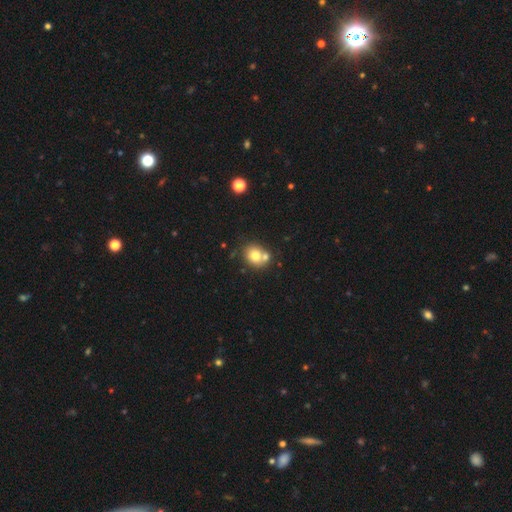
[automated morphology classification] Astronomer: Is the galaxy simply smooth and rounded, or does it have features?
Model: smooth — 75%.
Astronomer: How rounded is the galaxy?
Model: round — 72%.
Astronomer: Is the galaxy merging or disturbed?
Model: none — 51% (runner-up: merger, 35%).